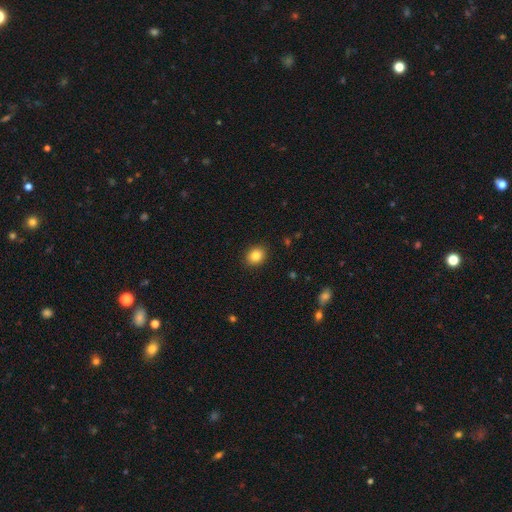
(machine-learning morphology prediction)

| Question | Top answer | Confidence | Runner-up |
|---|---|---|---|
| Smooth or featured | smooth | 85% | star or artifact (10%) |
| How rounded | round | 59% | in between (40%) |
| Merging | none | 90% | minor disturbance (7%) |